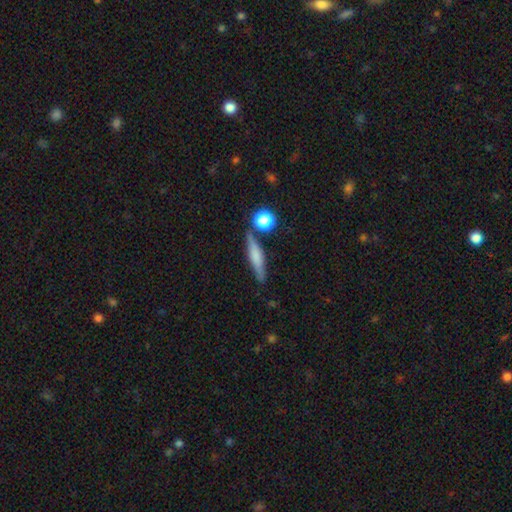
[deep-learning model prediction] A smooth galaxy with no disk features (49%). Merging: none (79%).